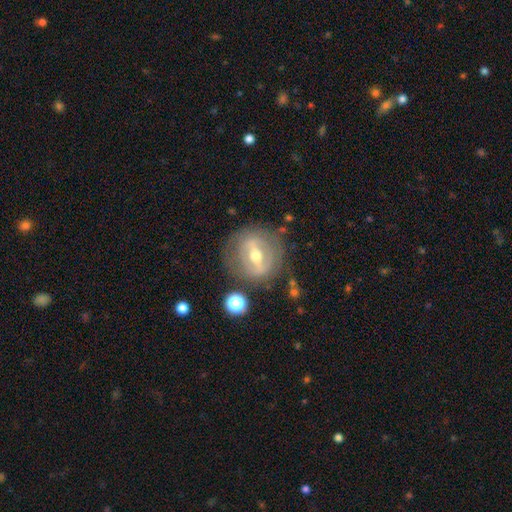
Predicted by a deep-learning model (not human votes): Smooth or featured: featured or disk — 75% (smooth — 18%)
Edge-on disk: no — 88% (yes — 12%)
Bar: strong — 63% (weak — 27%)
Spiral arms: no — 59% (yes — 41%)
Bulge size: moderate — 71% (small — 23%)
Merging: none — 75% (minor disturbance — 15%)